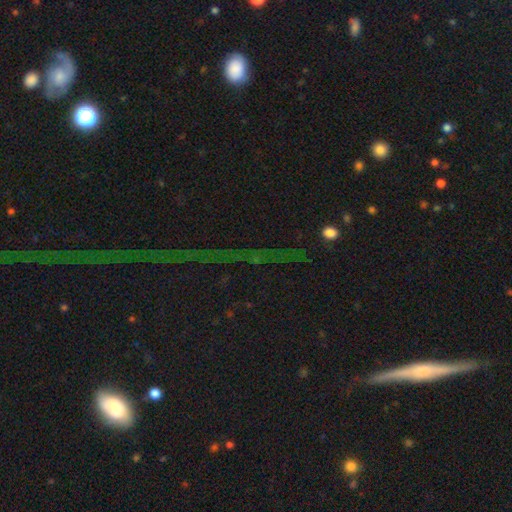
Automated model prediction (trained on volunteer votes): The model was most divided on "smooth or featured": star or artifact: 56%, featured or disk: 29%, smooth: 15%.